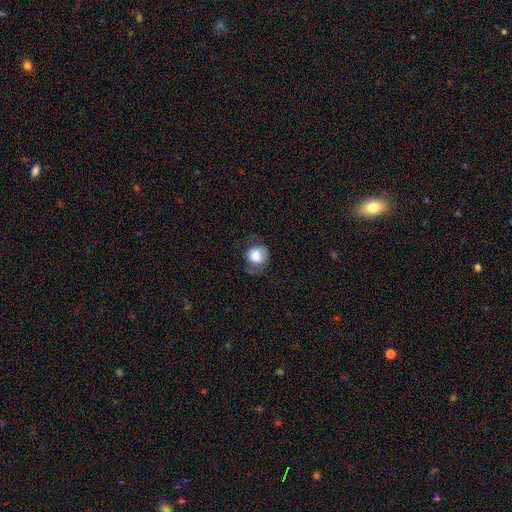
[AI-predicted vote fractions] A smooth galaxy with no disk features (79%) that is round (82%).

Vote fractions:
- Smooth or featured? smooth: 79% / featured or disk: 12% / star or artifact: 9%
- How rounded? round: 82% / in between: 18% / cigar-shaped: 1%
- Merging? none: 55% / minor disturbance: 28% / major disturbance: 15% / merger: 1%